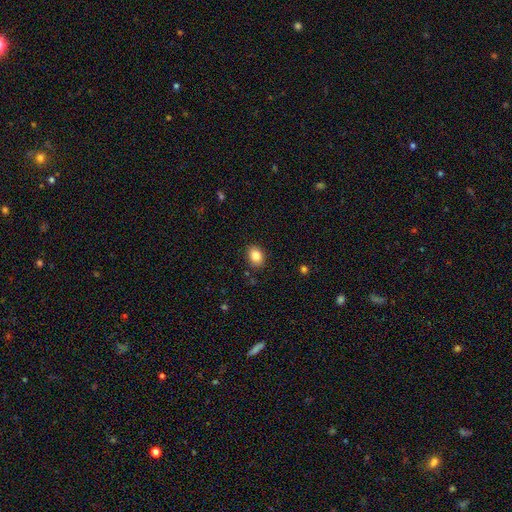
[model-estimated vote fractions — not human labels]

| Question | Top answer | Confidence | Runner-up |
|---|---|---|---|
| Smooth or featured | smooth | 85% | star or artifact (9%) |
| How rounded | in between | 62% | round (37%) |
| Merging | none | 87% | minor disturbance (9%) |